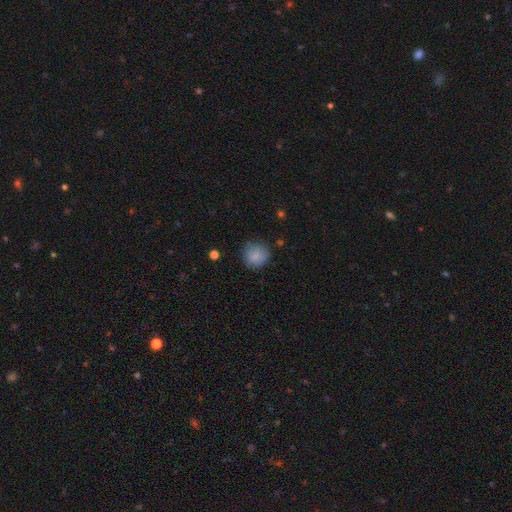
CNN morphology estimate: smooth 84%, star or artifact 9%, featured or disk 7%. Down the decision tree: how rounded — round (89%); merging — none (78%).